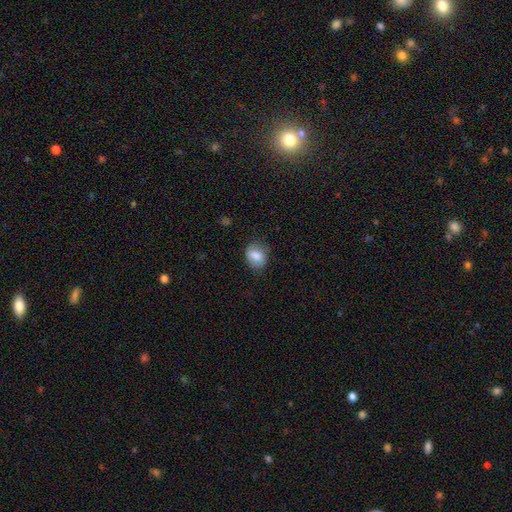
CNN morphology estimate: A smooth galaxy with no disk features (82%) that is round (52%). Merging: none (75%).